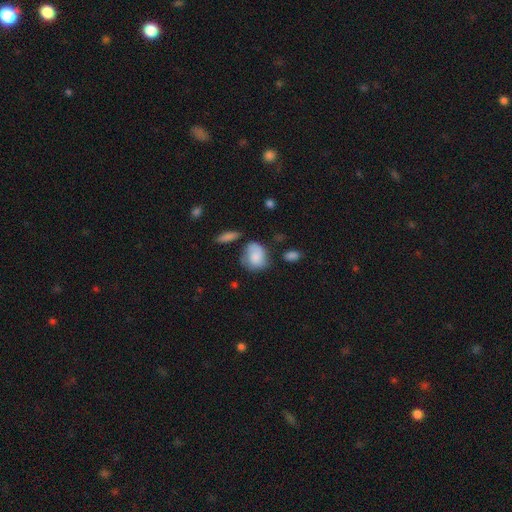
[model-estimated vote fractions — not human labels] A smooth galaxy with no disk features (75%) that is in between round and cigar-shaped (52%).

Vote fractions:
- Smooth or featured? smooth: 75% / featured or disk: 18% / star or artifact: 8%
- How rounded? in between: 52% / round: 46% / cigar-shaped: 1%
- Merging? none: 43% / minor disturbance: 32% / major disturbance: 15% / merger: 9%